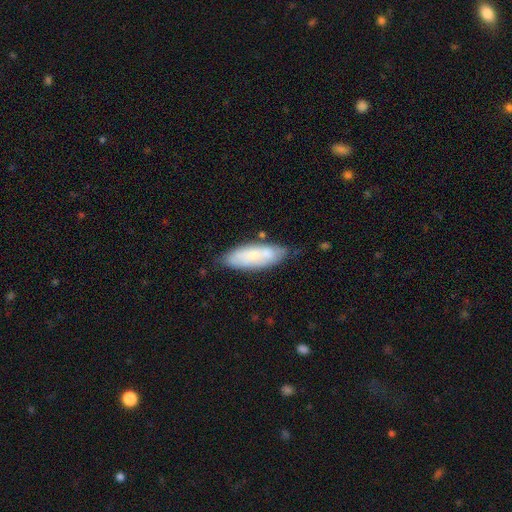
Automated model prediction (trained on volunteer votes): This is likely a smooth galaxy (63%). How rounded: likely in between (68%). Merging: likely none (68%).